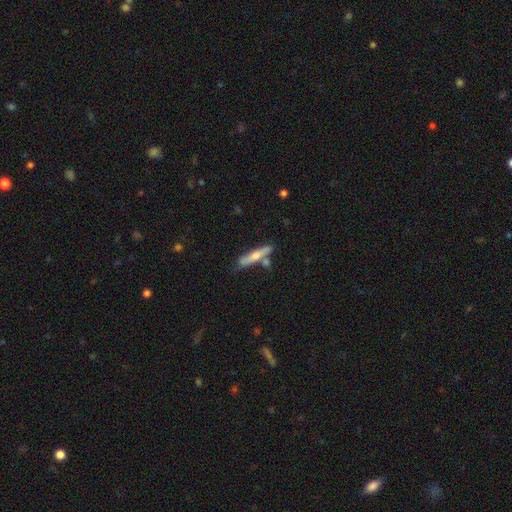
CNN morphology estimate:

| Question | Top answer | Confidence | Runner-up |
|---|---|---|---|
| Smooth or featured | smooth | 56% | featured or disk (38%) |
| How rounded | cigar-shaped | 87% | in between (11%) |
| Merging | none | 68% | minor disturbance (15%) |